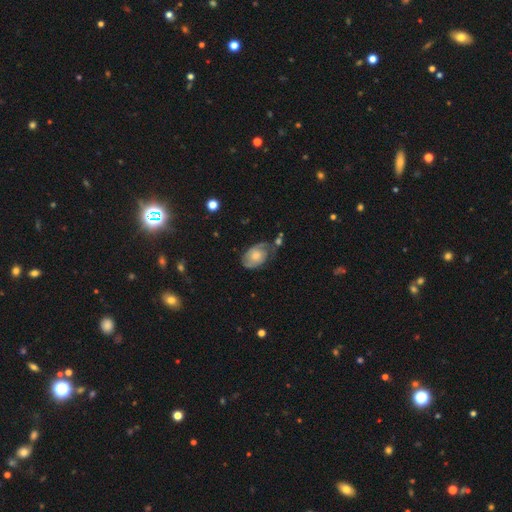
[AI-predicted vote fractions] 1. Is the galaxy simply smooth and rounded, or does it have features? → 61% featured or disk, 32% smooth, 7% star or artifact.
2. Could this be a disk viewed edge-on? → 96% no, 4% yes.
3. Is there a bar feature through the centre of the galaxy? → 77% no, 20% weak, 3% strong.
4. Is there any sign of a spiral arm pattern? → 83% yes, 17% no.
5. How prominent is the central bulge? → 39% moderate, 34% small, 16% large, 9% none, 3% dominant.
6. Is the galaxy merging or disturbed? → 47% none, 28% minor disturbance, 17% major disturbance, 7% merger.